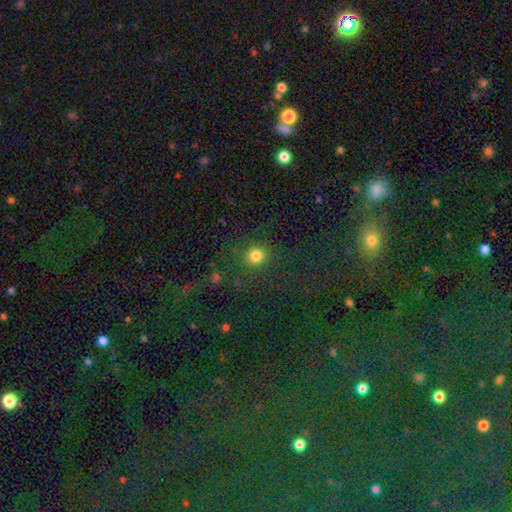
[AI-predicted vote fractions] Overall: smooth (80%). How rounded: round (90%). Merging: none (83%).